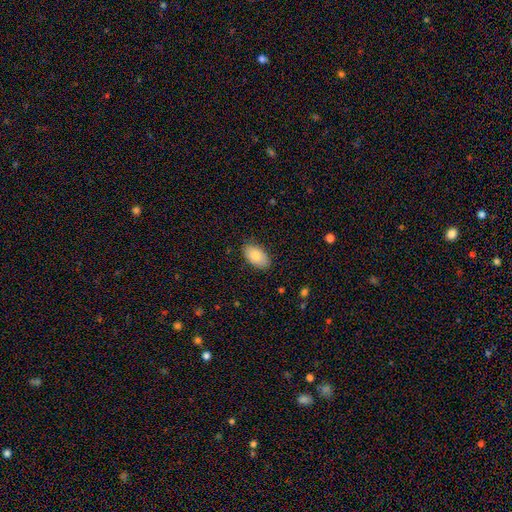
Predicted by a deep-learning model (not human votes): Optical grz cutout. It shows a smooth galaxy with no disk features (82%) that is in between round and cigar-shaped (94%). Merging: none (84%).